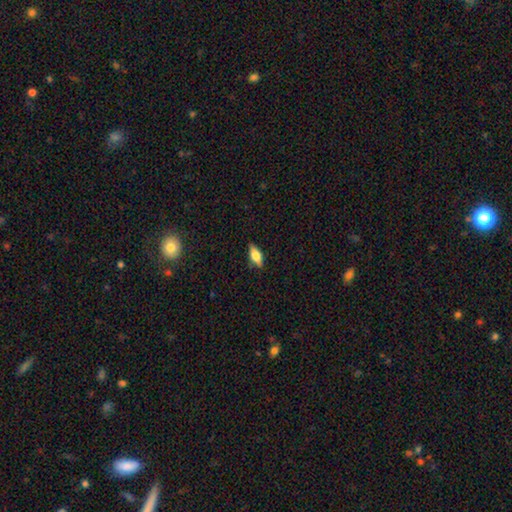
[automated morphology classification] Smooth or featured?
  - smooth: 64% *
  - featured or disk: 29%
  - star or artifact: 7%
How rounded?
  - in between: 76% *
  - cigar-shaped: 21%
  - round: 3%
Merging?
  - none: 85% *
  - minor disturbance: 11%
  - major disturbance: 2%
  - merger: 1%